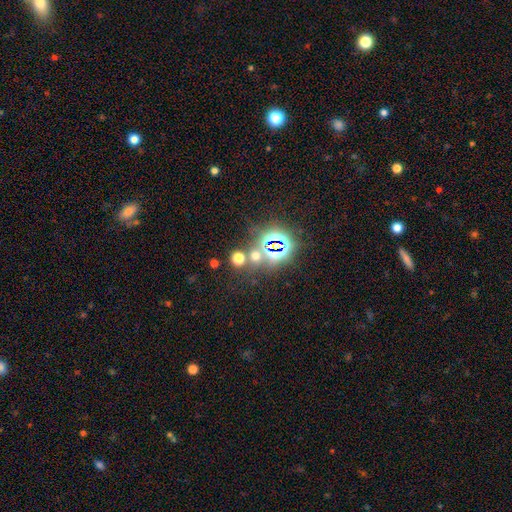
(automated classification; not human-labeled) smooth-or-featured: star or artifact: 49% | smooth: 43% | featured or disk: 8%